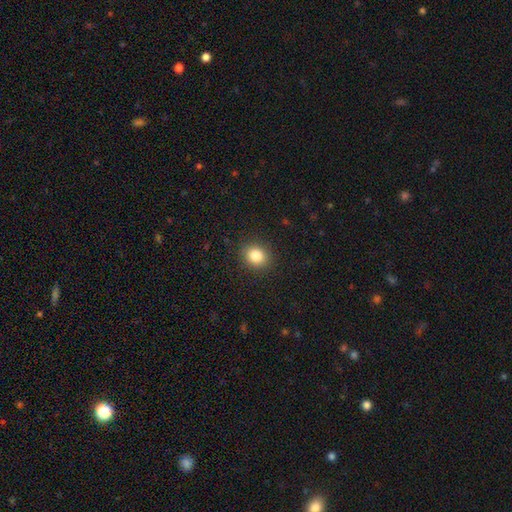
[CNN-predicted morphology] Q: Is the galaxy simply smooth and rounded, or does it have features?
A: smooth — 83%.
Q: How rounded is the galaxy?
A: round — 70%.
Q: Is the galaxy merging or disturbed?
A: none — 90%.